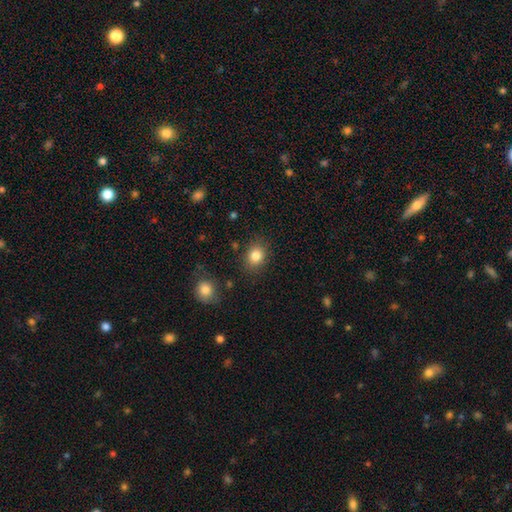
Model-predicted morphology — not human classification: smooth_or_featured: smooth (p=0.82) [alt: star or artifact p=0.11]
how_rounded: round (p=0.57) [alt: in between p=0.42]
merging: none (p=0.84) [alt: minor disturbance p=0.10]